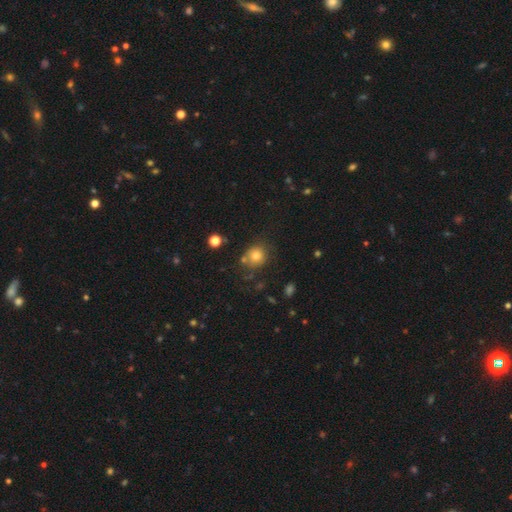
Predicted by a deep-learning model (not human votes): This is likely a smooth galaxy (77%). How rounded: clearly round (85%). Merging: likely none (72%).